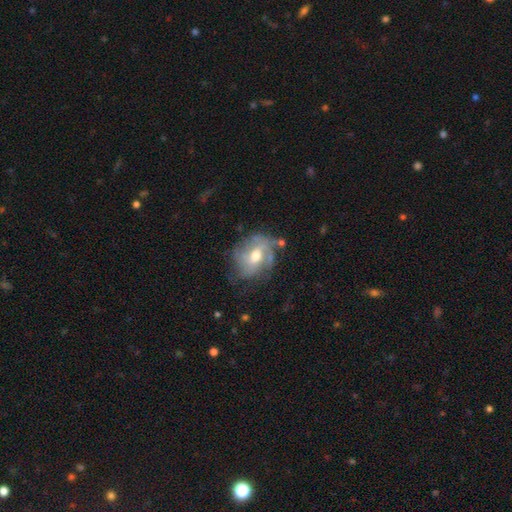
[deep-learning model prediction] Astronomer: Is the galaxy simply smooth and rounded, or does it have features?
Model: featured or disk — 69%.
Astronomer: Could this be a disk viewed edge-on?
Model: no — 96%.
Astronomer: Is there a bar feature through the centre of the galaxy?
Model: no — 46% (runner-up: weak, 43%).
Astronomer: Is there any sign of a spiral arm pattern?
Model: yes — 75%.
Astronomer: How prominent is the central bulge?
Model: moderate — 71%.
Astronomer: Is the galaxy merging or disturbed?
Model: none — 57%.